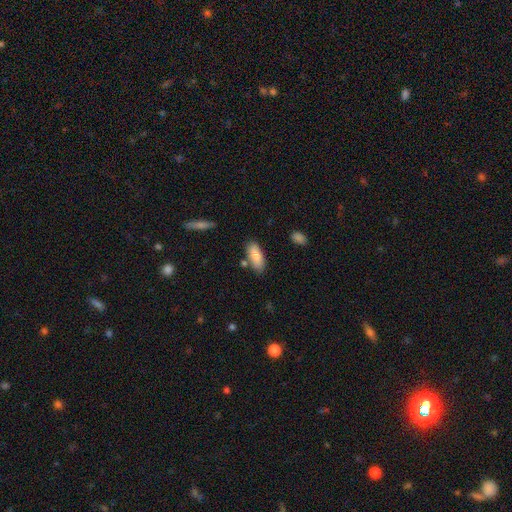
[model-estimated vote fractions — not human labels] The model was most divided on "how rounded": in between: 76%, cigar-shaped: 22%, round: 2%. More confident: smooth or featured — smooth (84%); merging — none (78%).